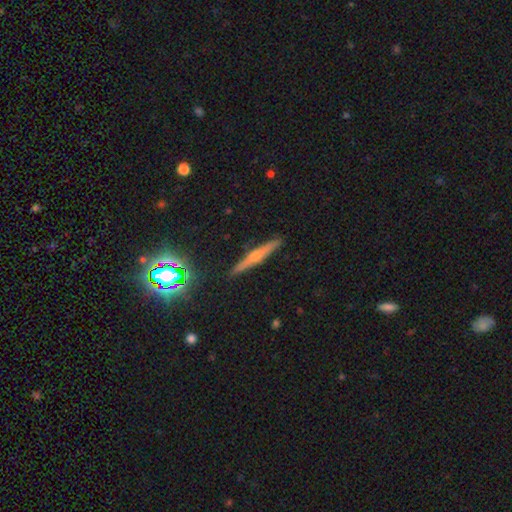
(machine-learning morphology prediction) Smooth or featured: featured or disk — 59% (smooth — 29%)
Edge-on disk: yes — 96% (no — 4%)
Edge-on bulge: rounded — 83% (none — 13%)
Merging: none — 90% (minor disturbance — 7%)